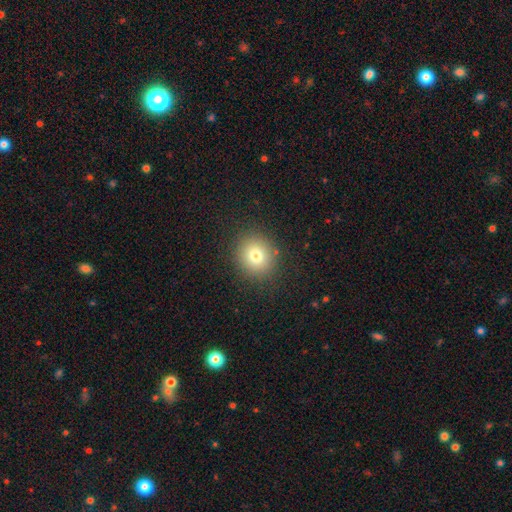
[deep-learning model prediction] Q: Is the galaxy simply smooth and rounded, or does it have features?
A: smooth — 77%.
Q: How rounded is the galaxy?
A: round — 86%.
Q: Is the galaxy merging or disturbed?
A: none — 88%.